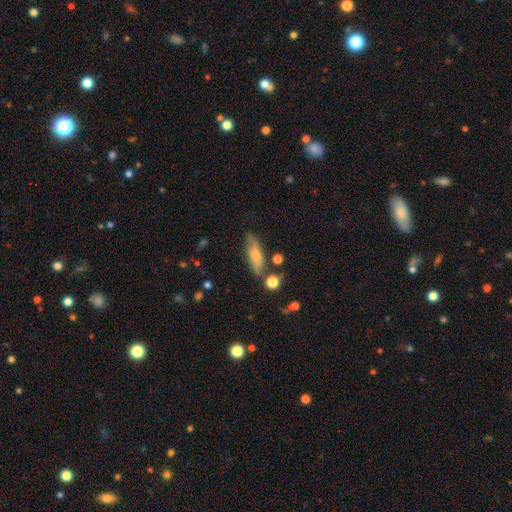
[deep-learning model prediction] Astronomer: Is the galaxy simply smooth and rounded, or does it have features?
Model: smooth — 59%.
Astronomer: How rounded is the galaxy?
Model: cigar-shaped — 53% (runner-up: in between, 44%).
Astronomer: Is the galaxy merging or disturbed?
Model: none — 69%.